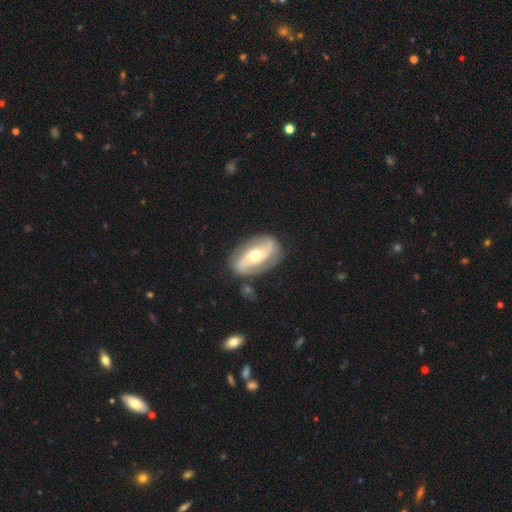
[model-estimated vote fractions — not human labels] Q: Smooth or featured?
A: featured or disk (83%); runner-up: smooth (12%)
Q: Edge-on disk?
A: no (95%); runner-up: yes (5%)
Q: Bar?
A: no (45%); runner-up: weak (31%)
Q: Spiral arms?
A: yes (92%); runner-up: no (8%)
Q: Spiral winding?
A: medium (41%); runner-up: loose (37%)
Q: Spiral arm count?
A: 2 (89%); runner-up: can't tell (5%)
Q: Bulge size?
A: moderate (71%); runner-up: small (21%)
Q: Merging?
A: none (76%); runner-up: minor disturbance (15%)